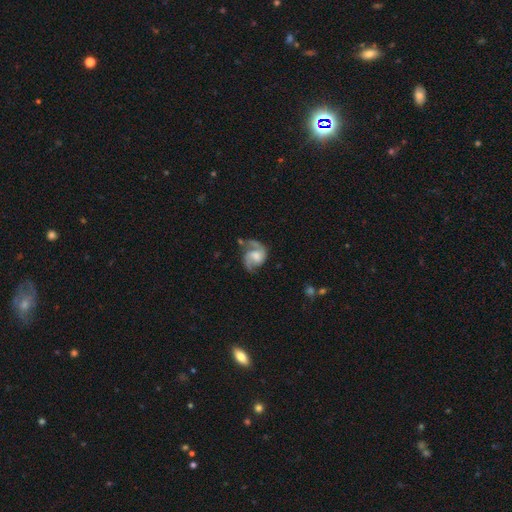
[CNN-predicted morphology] A featured or disk galaxy (83%) with no bar (48%), 2 (84%) medium (53%) spiral arms (96%) and a moderate central bulge (38%). Merging: none (58%).